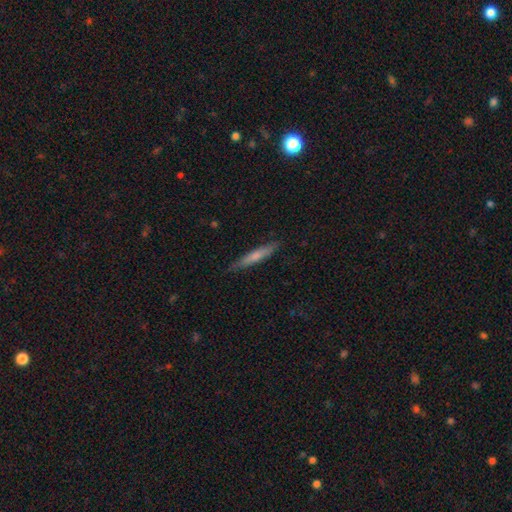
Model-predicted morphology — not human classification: A smooth galaxy with no disk features (64%) that is cigar-shaped (93%).

Vote fractions:
- Smooth or featured? smooth: 64% / featured or disk: 31% / star or artifact: 6%
- How rounded? cigar-shaped: 93% / in between: 6% / round: 1%
- Merging? none: 85% / minor disturbance: 12% / major disturbance: 2% / merger: 1%